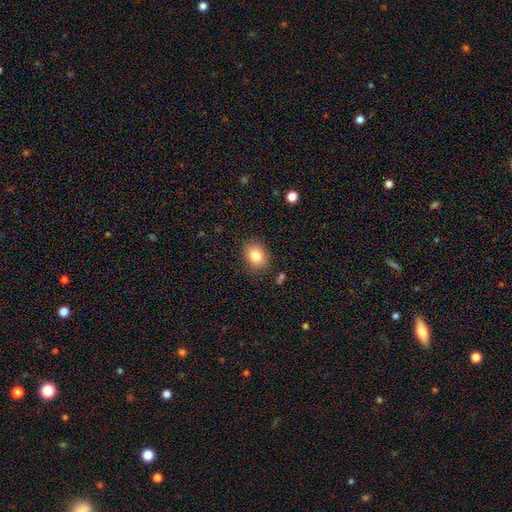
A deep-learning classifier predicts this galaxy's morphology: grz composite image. It shows a smooth galaxy with no disk features (83%) that is in between round and cigar-shaped (58%). Merging: none (84%).